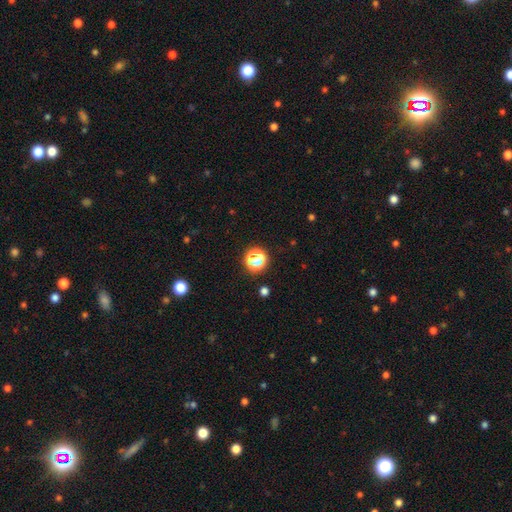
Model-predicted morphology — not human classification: Smooth or featured?
  - smooth: 51% *
  - star or artifact: 41%
  - featured or disk: 8%
How rounded?
  - round: 87% *
  - in between: 12%
  - cigar-shaped: 1%
Merging?
  - none: 79% *
  - minor disturbance: 10%
  - merger: 6%
  - major disturbance: 5%